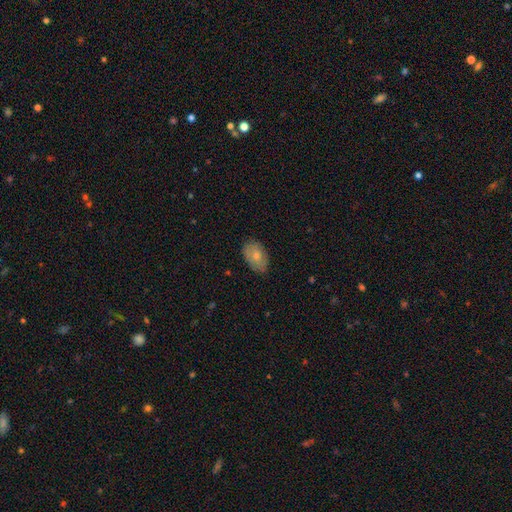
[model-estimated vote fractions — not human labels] Morphology: type=smooth (72%); roundness=in between (89%); merging=none (78%).